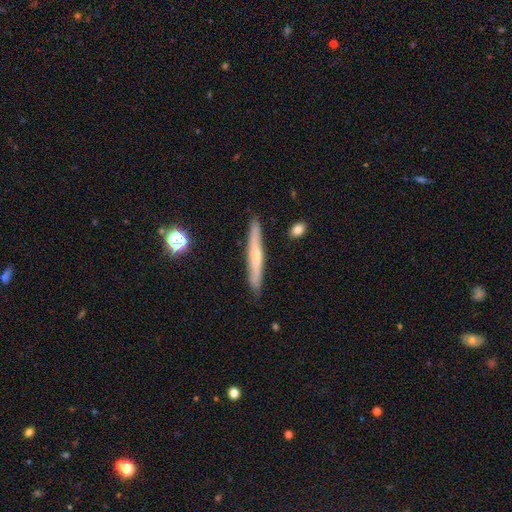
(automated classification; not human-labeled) The model was most divided on "smooth or featured": featured or disk: 52%, smooth: 41%, star or artifact: 7%. More confident: edge-on disk — yes (93%); merging — none (89%).